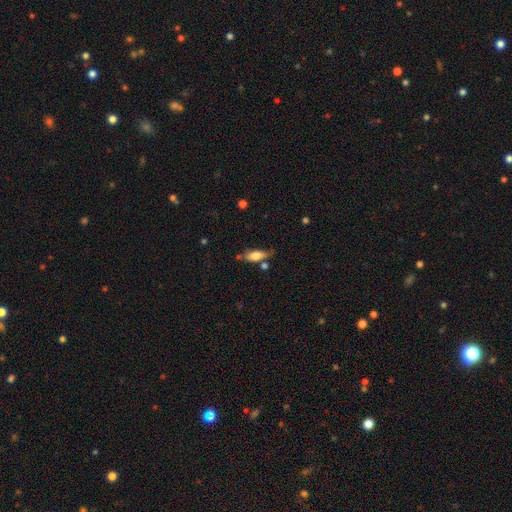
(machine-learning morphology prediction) smooth 69%, featured or disk 23%, star or artifact 8%. Down the decision tree: how rounded — in between (65%); merging — none (56%).